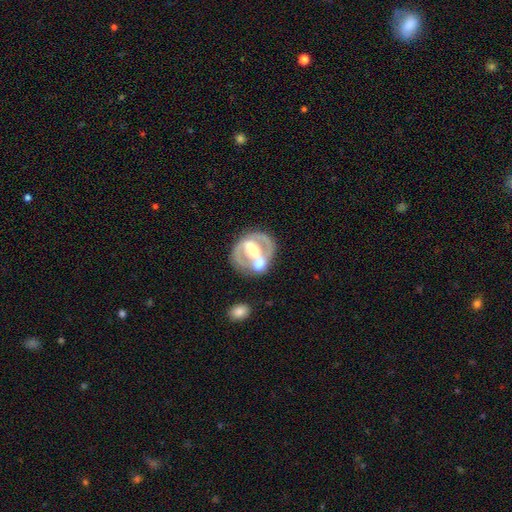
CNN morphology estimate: Smooth or featured?
  - featured or disk: 77% *
  - smooth: 17%
  - star or artifact: 6%
Edge-on disk?
  - no: 94% *
  - yes: 6%
Bar?
  - strong: 53% *
  - weak: 25%
  - no: 22%
Spiral arms?
  - no: 53% *
  - yes: 47%
Bulge size?
  - moderate: 67% *
  - small: 16%
  - large: 13%
  - none: 2%
  - dominant: 2%
Merging?
  - none: 54% *
  - merger: 24%
  - minor disturbance: 14%
  - major disturbance: 8%